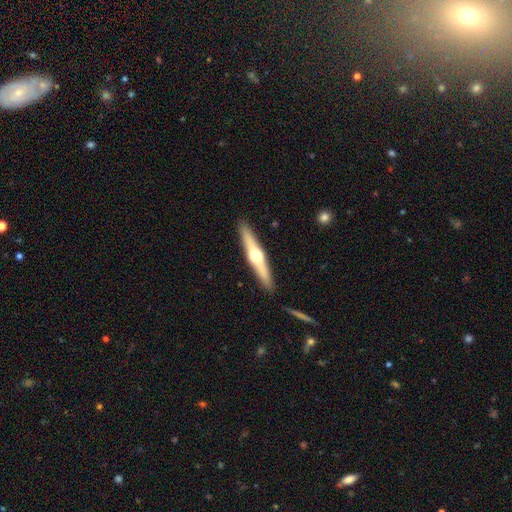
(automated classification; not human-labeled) Morphology: type=featured or disk (68%); edge-on=yes (97%); edge-on bulge=rounded (94%); merging=none (91%).